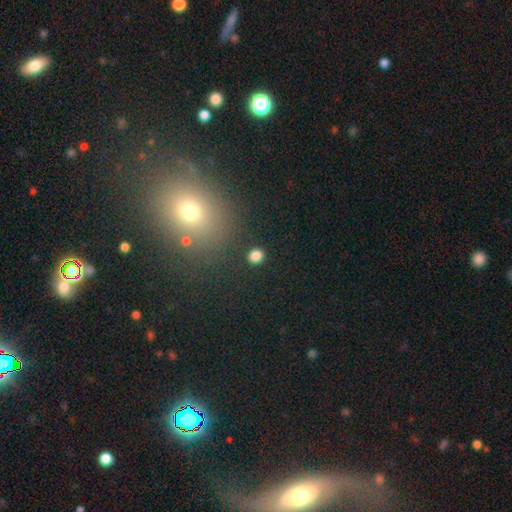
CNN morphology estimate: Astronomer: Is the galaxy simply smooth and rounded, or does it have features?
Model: smooth — 83%.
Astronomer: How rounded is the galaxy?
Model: round — 78%.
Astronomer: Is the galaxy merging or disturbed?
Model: none — 90%.